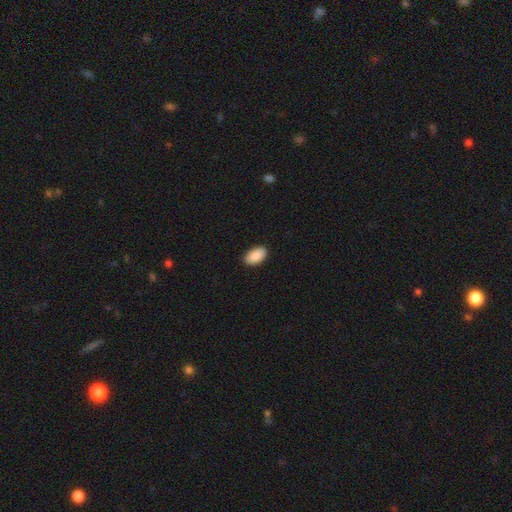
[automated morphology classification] smooth_or_featured: smooth (p=0.91) [alt: star or artifact p=0.06]
how_rounded: in between (p=0.95) [alt: round p=0.03]
merging: none (p=0.90) [alt: minor disturbance p=0.08]